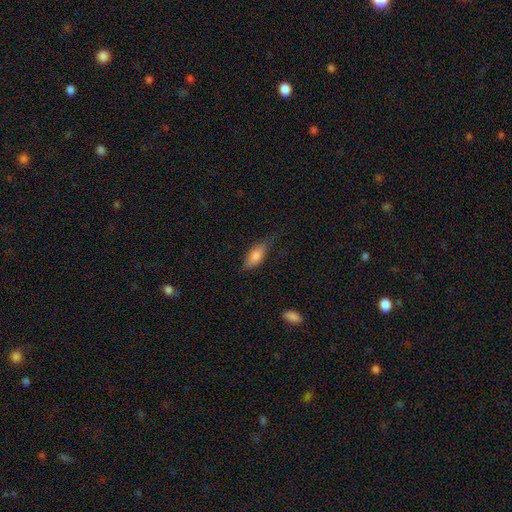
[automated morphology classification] type=smooth (75%); roundness=in between (77%); merging=none (65%).